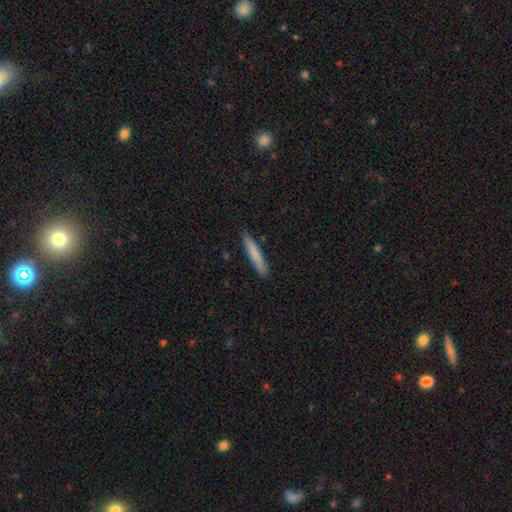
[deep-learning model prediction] Smooth or featured? Predicted: smooth (p=0.79). How rounded? Predicted: cigar-shaped (p=0.92). Merging? Predicted: none (p=0.88).